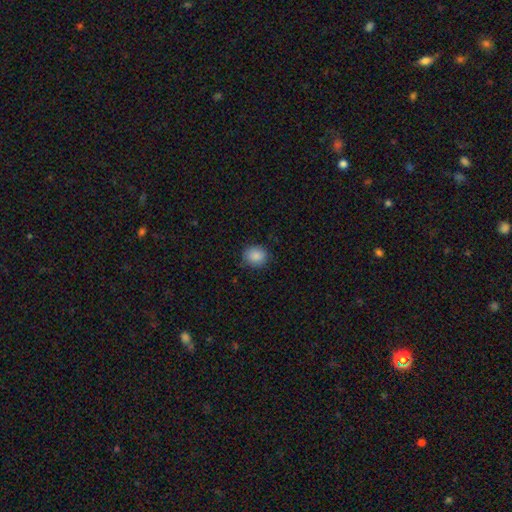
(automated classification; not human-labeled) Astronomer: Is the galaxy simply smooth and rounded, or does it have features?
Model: smooth — 88%.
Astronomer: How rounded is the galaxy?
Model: round — 69%.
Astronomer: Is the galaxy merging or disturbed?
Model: none — 83%.